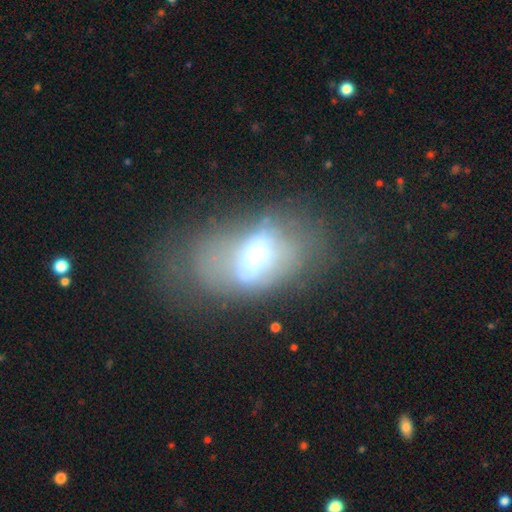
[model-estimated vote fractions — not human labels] This is possibly a featured or disk galaxy (49%). Merging: possibly none (46%).